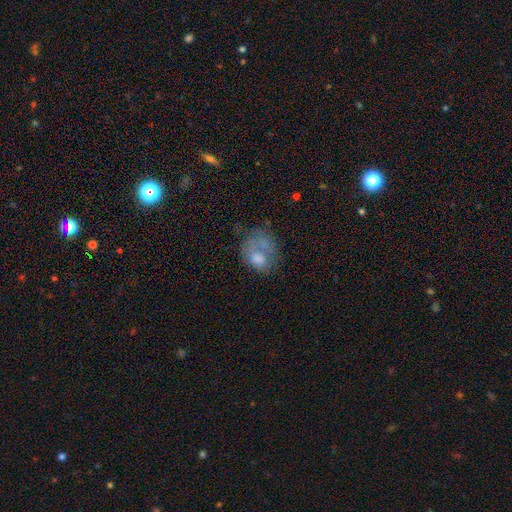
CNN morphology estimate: Smooth or featured?
  - smooth: 57% *
  - featured or disk: 32%
  - star or artifact: 11%
How rounded?
  - in between: 55% *
  - round: 43%
  - cigar-shaped: 1%
Merging?
  - none: 31% *
  - major disturbance: 30%
  - minor disturbance: 22%
  - merger: 17%